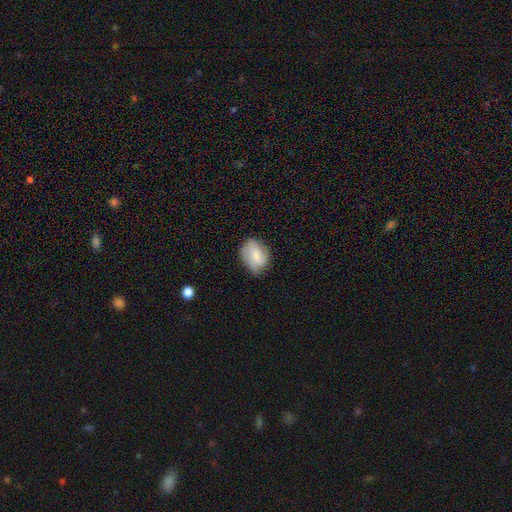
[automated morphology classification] Smooth or featured: smooth — 67% (featured or disk — 26%)
How rounded: in between — 64% (round — 35%)
Merging: none — 57% (minor disturbance — 34%)